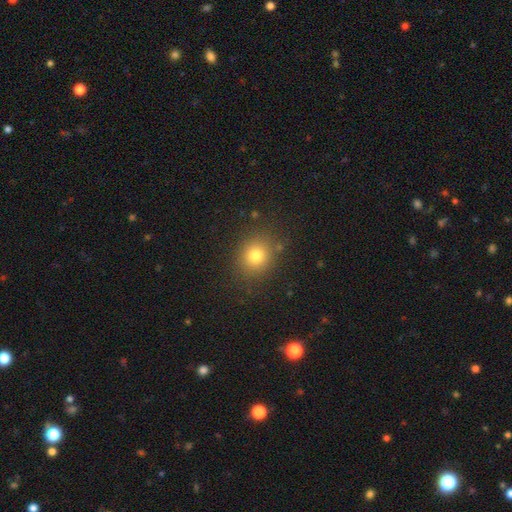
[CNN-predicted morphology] smooth_or_featured: smooth (p=0.77) [alt: star or artifact p=0.15]
how_rounded: round (p=0.76) [alt: in between p=0.23]
merging: none (p=0.85) [alt: minor disturbance p=0.09]